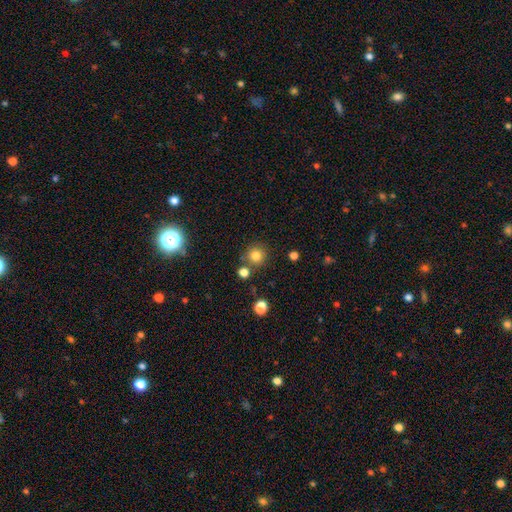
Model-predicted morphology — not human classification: smooth_or_featured: smooth (p=0.80) [alt: star or artifact p=0.14]
how_rounded: round (p=0.92) [alt: in between p=0.07]
merging: none (p=0.78) [alt: merger p=0.10]